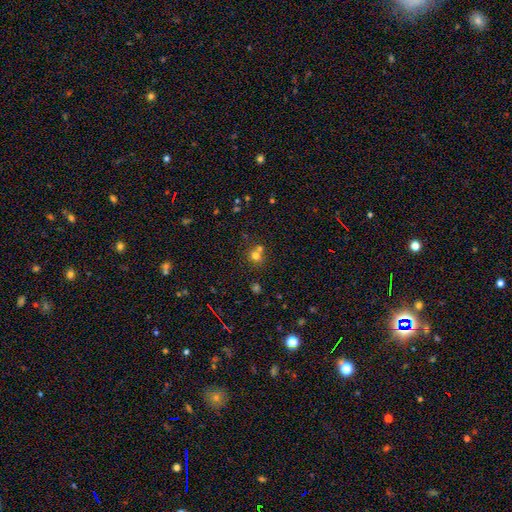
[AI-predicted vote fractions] Morphology: type=smooth (69%); roundness=round (85%); merging=none (53%).